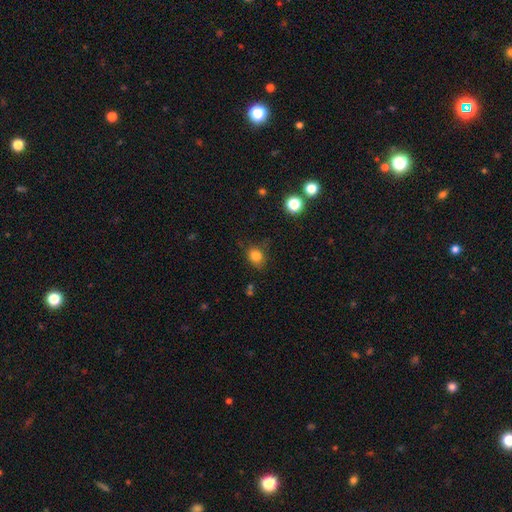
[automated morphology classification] smooth 81%, star or artifact 12%, featured or disk 6%. Down the decision tree: how rounded — round (60%); merging — none (72%).